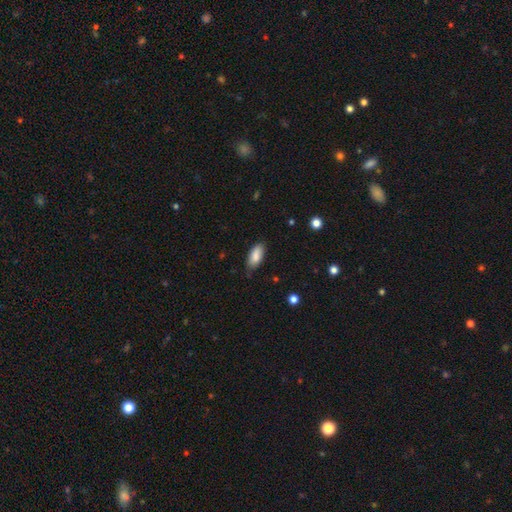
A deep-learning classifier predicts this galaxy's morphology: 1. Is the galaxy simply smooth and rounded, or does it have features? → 86% smooth, 7% featured or disk, 6% star or artifact.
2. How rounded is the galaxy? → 86% in between, 12% cigar-shaped, 2% round.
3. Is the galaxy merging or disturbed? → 78% none, 18% minor disturbance, 3% major disturbance, 1% merger.